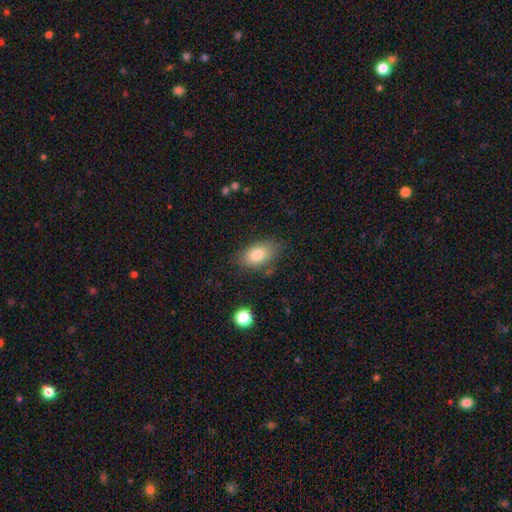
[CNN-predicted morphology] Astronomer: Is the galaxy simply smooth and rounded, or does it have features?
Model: smooth — 80%.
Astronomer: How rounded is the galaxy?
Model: in between — 89%.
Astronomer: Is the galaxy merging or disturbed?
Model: none — 78%.